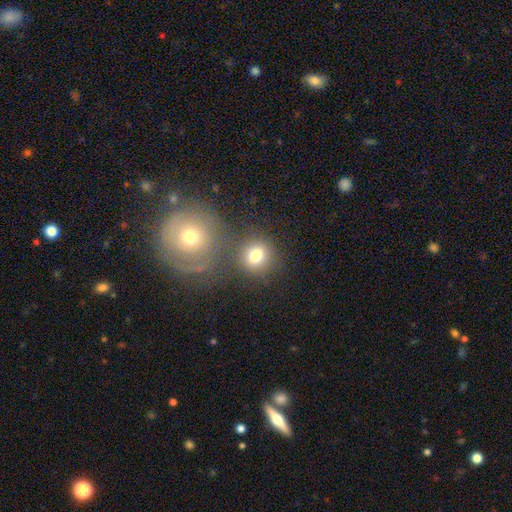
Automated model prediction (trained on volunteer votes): smooth 79%, star or artifact 12%, featured or disk 9%. Down the decision tree: how rounded — round (83%); merging — none (68%).